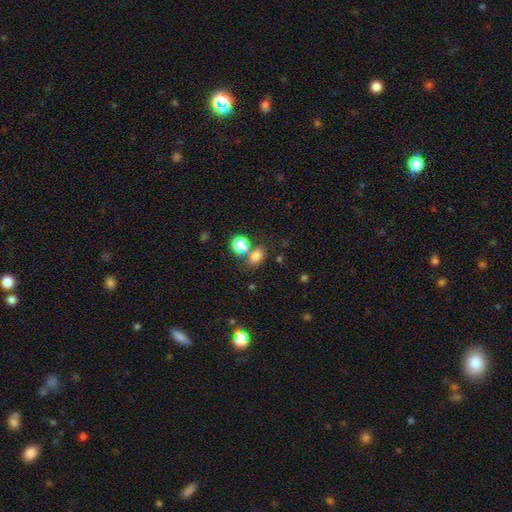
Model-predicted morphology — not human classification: Smooth or featured?
  - smooth: 74% *
  - star or artifact: 18%
  - featured or disk: 8%
How rounded?
  - in between: 70% *
  - round: 28%
  - cigar-shaped: 2%
Merging?
  - none: 63% *
  - merger: 19%
  - minor disturbance: 13%
  - major disturbance: 6%